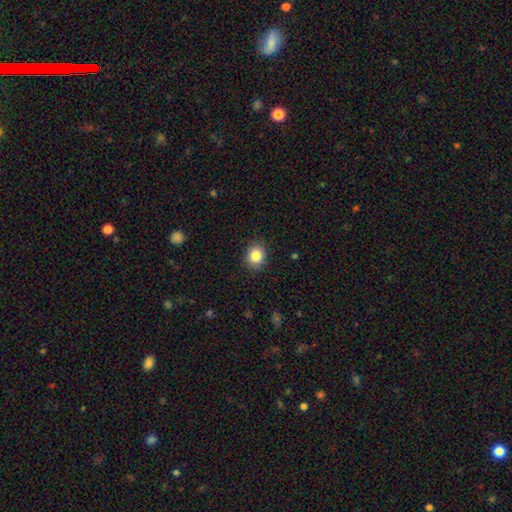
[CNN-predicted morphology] smooth_or_featured: smooth (p=0.84) [alt: star or artifact p=0.10]
how_rounded: round (p=0.74) [alt: in between p=0.25]
merging: none (p=0.89) [alt: minor disturbance p=0.08]